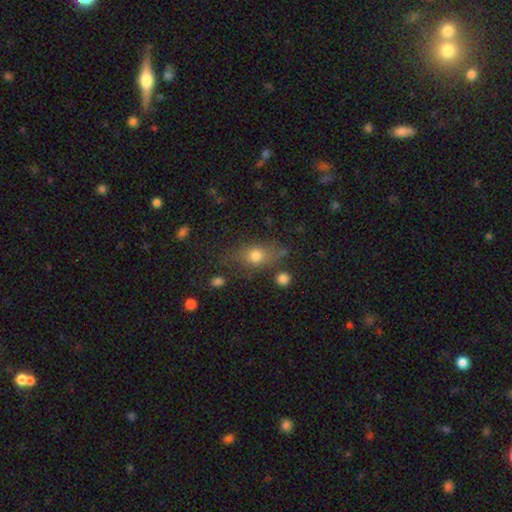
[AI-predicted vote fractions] Morphology: type=smooth (72%); roundness=in between (65%); merging=none (64%).